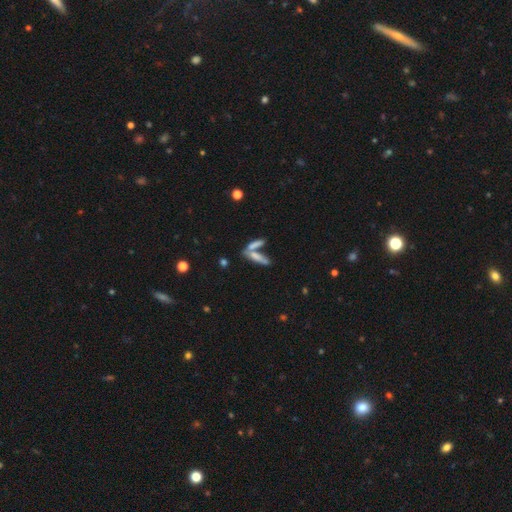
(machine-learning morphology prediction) Smooth or featured? smooth (66%)
How rounded? cigar-shaped (67%)
Merging? merger (47%)